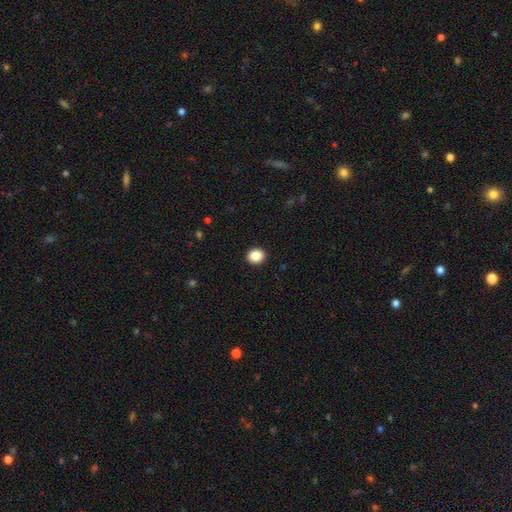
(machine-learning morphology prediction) A smooth galaxy with no disk features (87%) that is round (70%). Merging: none (92%).